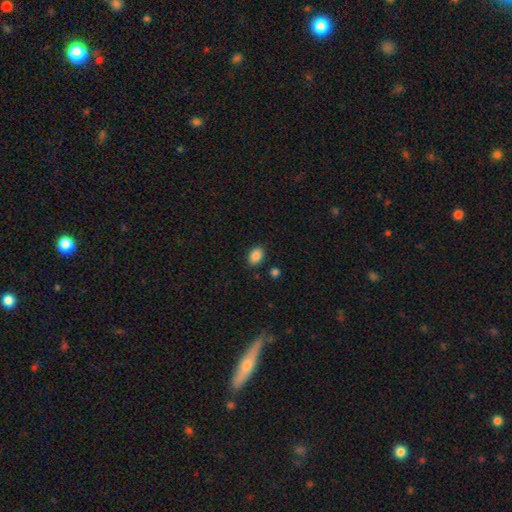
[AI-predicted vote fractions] Smooth or featured: smooth — 88% (star or artifact — 9%)
How rounded: in between — 80% (round — 19%)
Merging: none — 85% (minor disturbance — 10%)